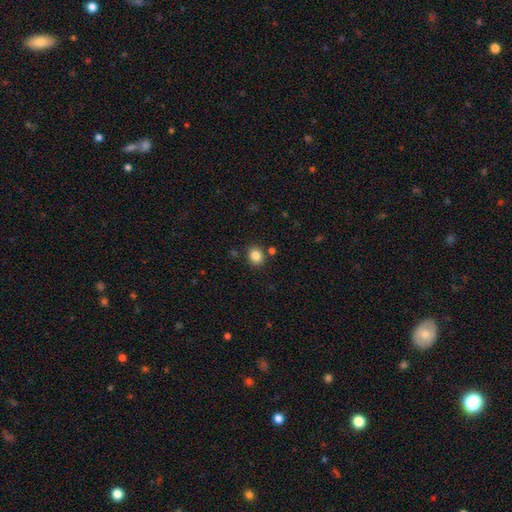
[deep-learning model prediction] Overall: smooth (85%). How rounded: round (66%; in between 33%). Merging: none (83%).